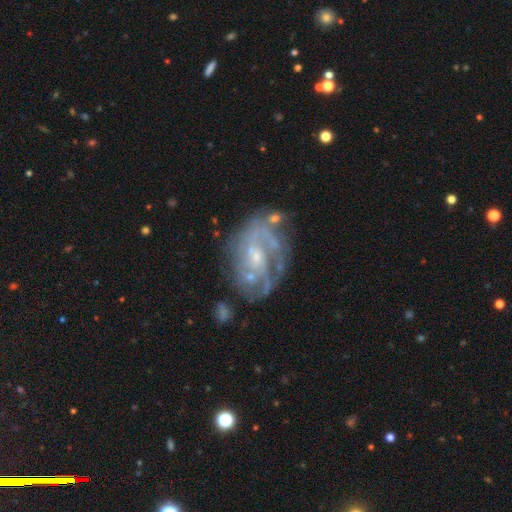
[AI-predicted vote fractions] Smooth or featured? featured or disk (83%)
Edge-on disk? no (97%)
Bar? no (54%)
Spiral arms? yes (86%)
Spiral winding? tight (47%)
Spiral arm count? can't tell (35%)
Bulge size? small (65%)
Merging? none (56%)